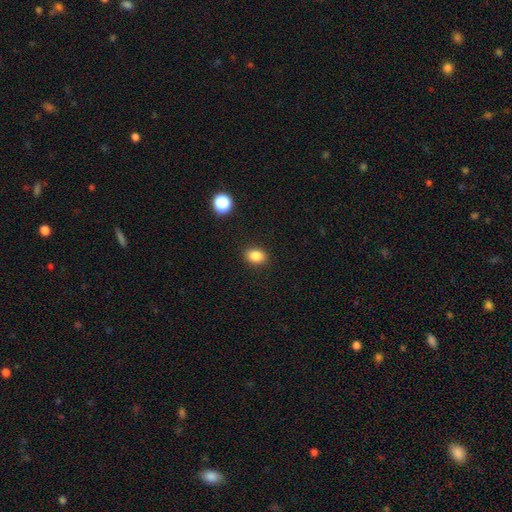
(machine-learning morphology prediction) This appears to be a smooth galaxy with no disk features (85%) that is in between round and cigar-shaped (73%). Merging: none (89%).